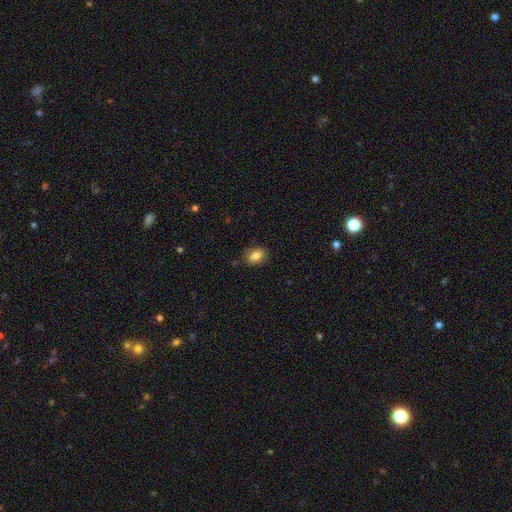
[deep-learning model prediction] Q: Smooth or featured?
A: smooth (84%); runner-up: star or artifact (8%)
Q: How rounded?
A: in between (85%); runner-up: round (12%)
Q: Merging?
A: none (81%); runner-up: minor disturbance (14%)